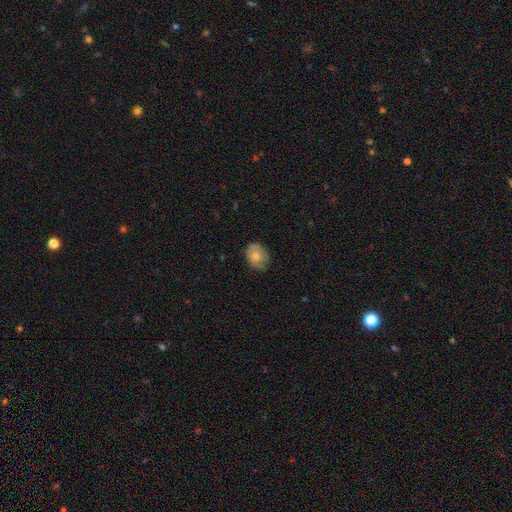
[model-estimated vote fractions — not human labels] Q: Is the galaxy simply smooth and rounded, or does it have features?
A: smooth — 73%.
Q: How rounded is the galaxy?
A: in between — 62%.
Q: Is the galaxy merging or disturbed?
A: none — 68%.